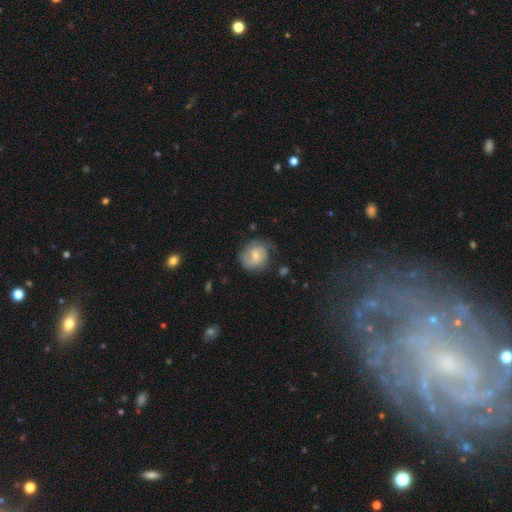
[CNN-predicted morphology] smooth_or_featured: featured or disk (p=0.52) [alt: smooth p=0.41]
disk_edge_on: no (p=0.97) [alt: yes p=0.03]
bar: no (p=0.46) [tied with: weak p=0.46]
has_spiral_arms: yes (p=0.83) [alt: no p=0.17]
bulge_size: small (p=0.49) [alt: moderate p=0.44]
merging: none (p=0.65) [alt: minor disturbance p=0.24]